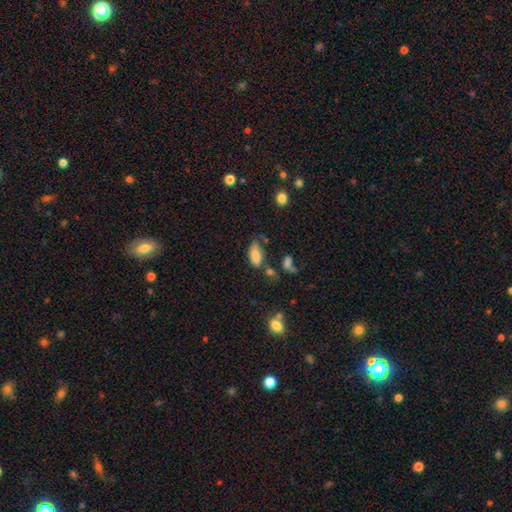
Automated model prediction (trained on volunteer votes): Q: Smooth or featured?
A: smooth (82%); runner-up: featured or disk (10%)
Q: How rounded?
A: in between (91%); runner-up: cigar-shaped (6%)
Q: Merging?
A: none (48%); runner-up: minor disturbance (30%)